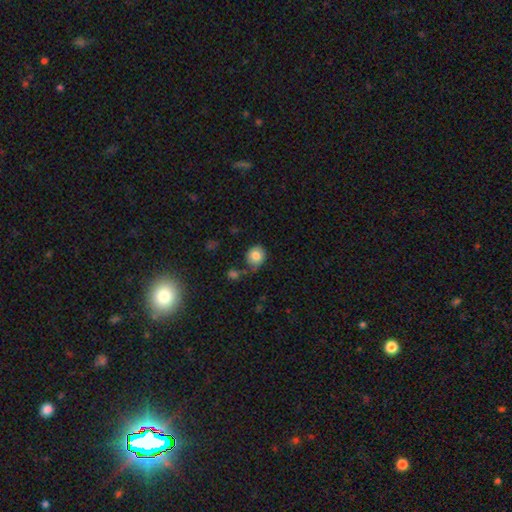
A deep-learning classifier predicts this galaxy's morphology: This appears to be a smooth galaxy with no disk features (82%) that is round (72%). Merging: none (60%).